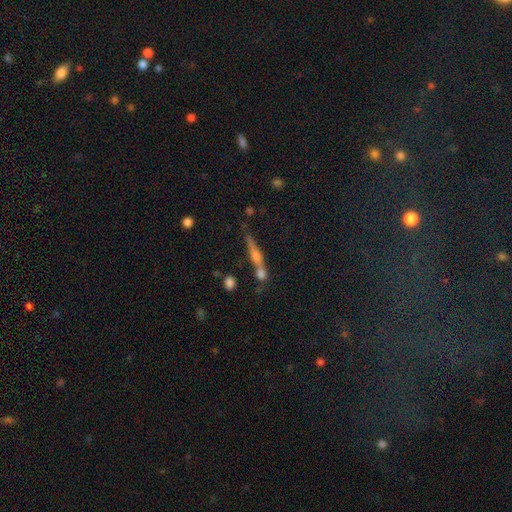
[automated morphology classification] Smooth or featured: featured or disk — 54% (smooth — 30%)
Edge-on disk: yes — 90% (no — 10%)
Merging: none — 63% (merger — 19%)